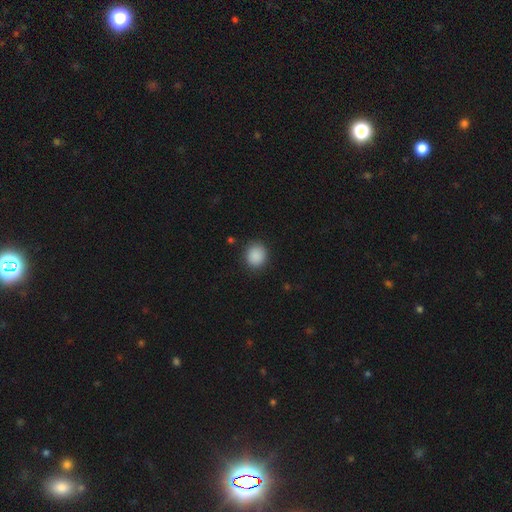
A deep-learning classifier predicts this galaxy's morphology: Smooth or featured?
  - smooth: 89% *
  - star or artifact: 8%
  - featured or disk: 3%
How rounded?
  - round: 82% *
  - in between: 17%
  - cigar-shaped: 1%
Merging?
  - none: 88% *
  - minor disturbance: 8%
  - major disturbance: 3%
  - merger: 1%